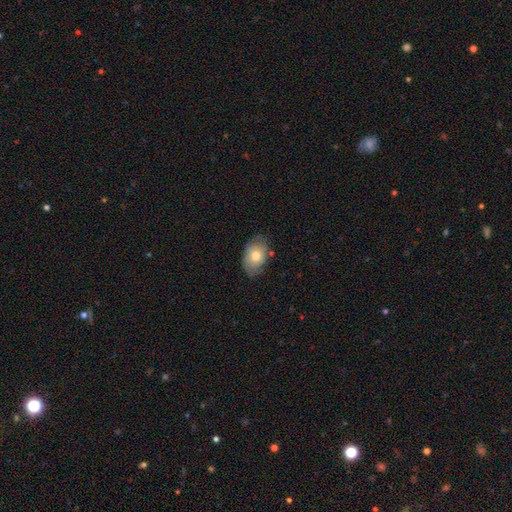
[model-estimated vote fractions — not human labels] Smooth or featured? smooth (67%)
How rounded? in between (83%)
Merging? none (70%)